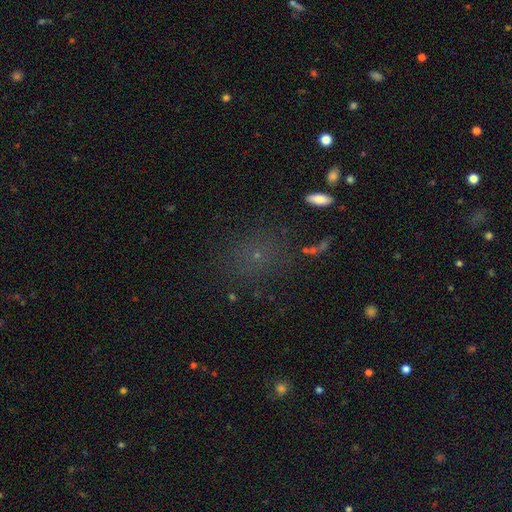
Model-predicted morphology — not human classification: Smooth or featured? smooth (51%)
How rounded? round (76%)
Merging? none (77%)